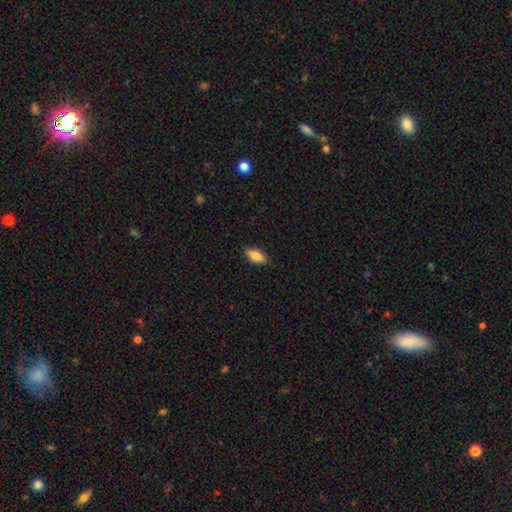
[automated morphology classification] smooth 80%, featured or disk 13%, star or artifact 7%. Down the decision tree: how rounded — in between (82%); merging — none (87%).